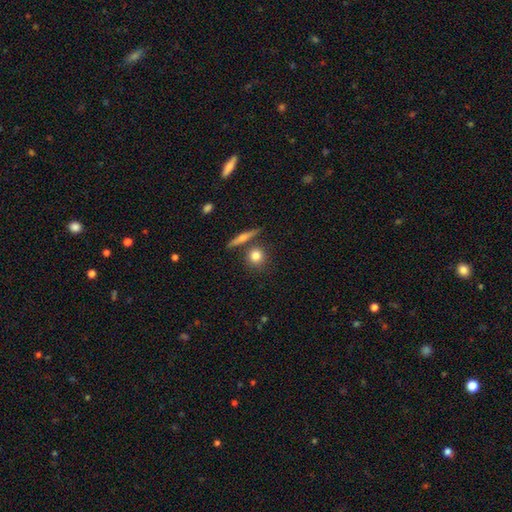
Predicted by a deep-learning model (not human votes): The model was most divided on "merging": none: 73%, merger: 15%, minor disturbance: 9%, major disturbance: 3%. More confident: how rounded — round (85%); smooth or featured — smooth (79%).